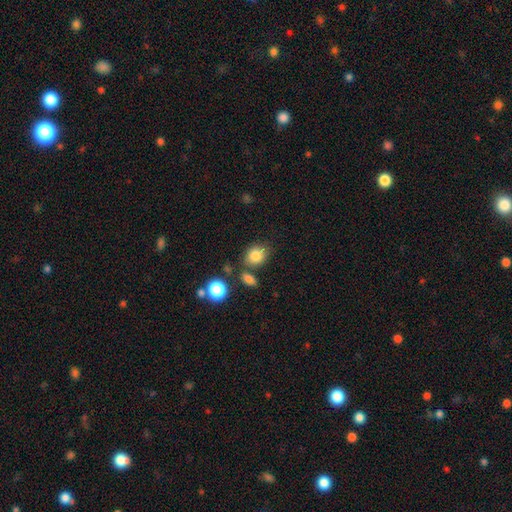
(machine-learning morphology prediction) Smooth or featured?
  - smooth: 82% *
  - star or artifact: 11%
  - featured or disk: 7%
How rounded?
  - round: 52% *
  - in between: 47%
  - cigar-shaped: 1%
Merging?
  - none: 67% *
  - minor disturbance: 16%
  - merger: 12%
  - major disturbance: 5%